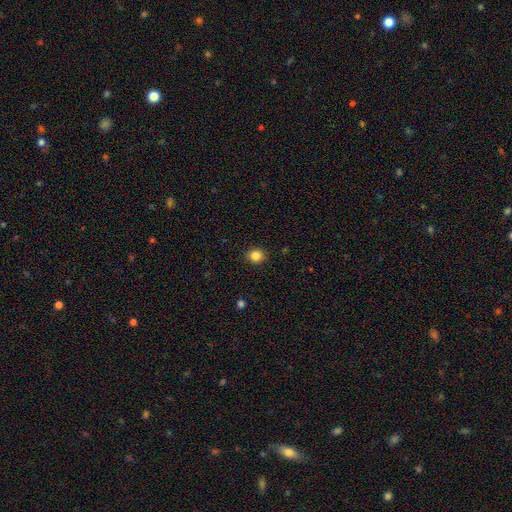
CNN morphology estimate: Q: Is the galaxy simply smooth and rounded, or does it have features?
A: smooth — 85%.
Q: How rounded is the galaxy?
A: round — 77%.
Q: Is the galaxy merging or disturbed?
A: none — 91%.